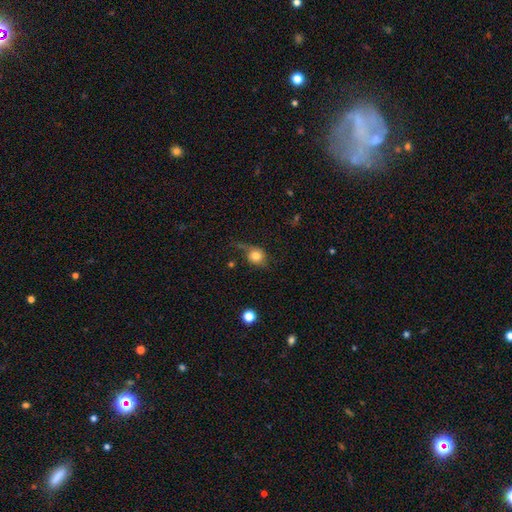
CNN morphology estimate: Overall: smooth (74%). How rounded: round (69%; in between 30%). Merging: none (42%; minor disturbance 29%).